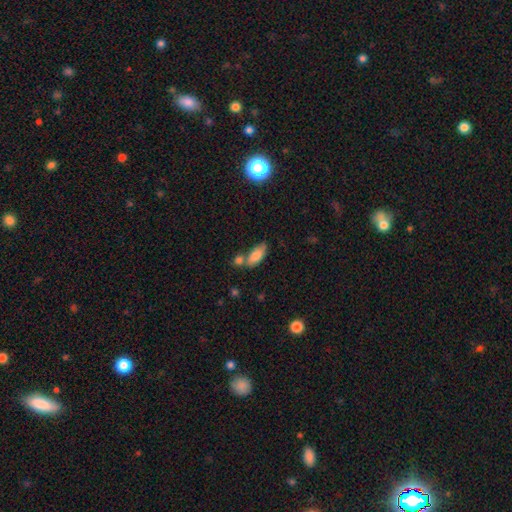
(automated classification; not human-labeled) Smooth or featured? Predicted: smooth (p=0.81). How rounded? Predicted: in between (p=0.83). Merging? Predicted: none (p=0.48).